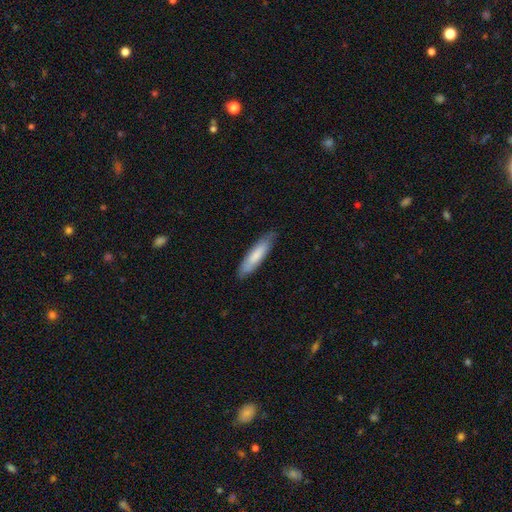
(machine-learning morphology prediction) type=smooth (76%); roundness=cigar-shaped (73%); merging=none (81%).